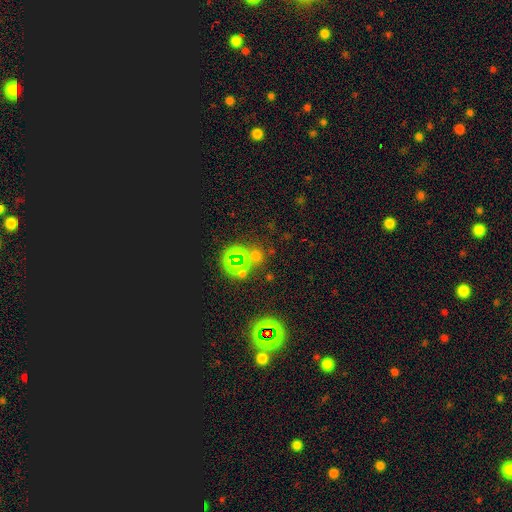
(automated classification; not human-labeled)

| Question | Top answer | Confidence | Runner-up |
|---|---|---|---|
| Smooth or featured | star or artifact | 56% | smooth (36%) |